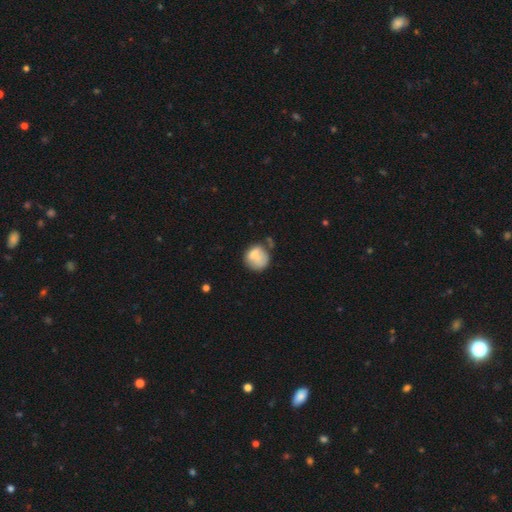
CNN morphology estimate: Smooth or featured? Predicted: smooth (p=0.70). How rounded? Predicted: round (p=0.78). Merging? Predicted: none (p=0.46).